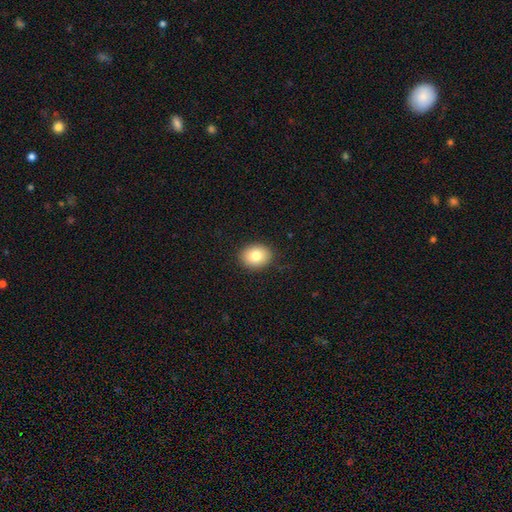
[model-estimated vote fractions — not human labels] Smooth or featured?
  - smooth: 81% *
  - featured or disk: 10%
  - star or artifact: 9%
How rounded?
  - round: 52% *
  - in between: 47%
  - cigar-shaped: 1%
Merging?
  - none: 89% *
  - minor disturbance: 8%
  - major disturbance: 2%
  - merger: 1%